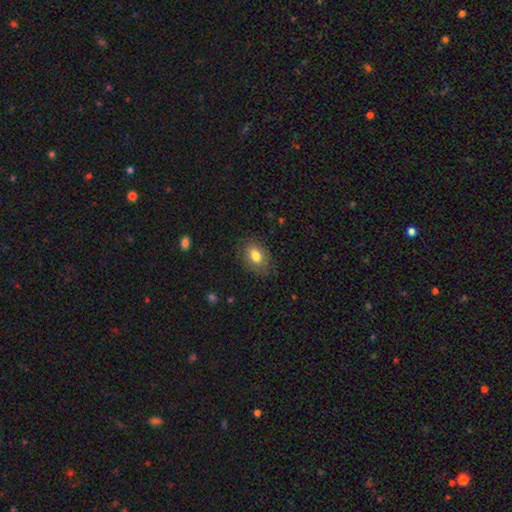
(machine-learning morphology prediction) A smooth galaxy with no disk features (79%) that is in between round and cigar-shaped (76%). Merging: none (82%).